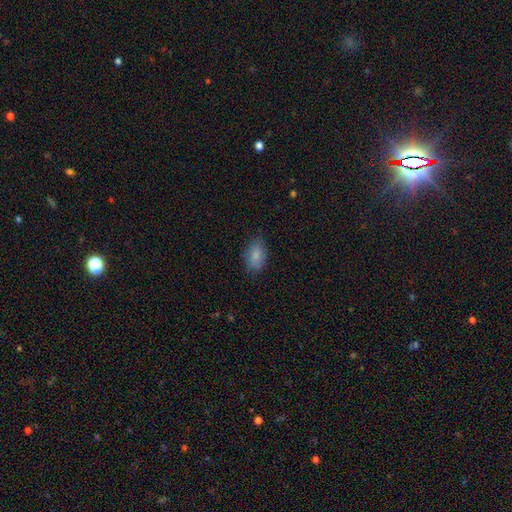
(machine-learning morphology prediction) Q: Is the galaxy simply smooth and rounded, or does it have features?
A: smooth — 85%.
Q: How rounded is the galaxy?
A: in between — 89%.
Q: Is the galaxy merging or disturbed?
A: none — 79%.